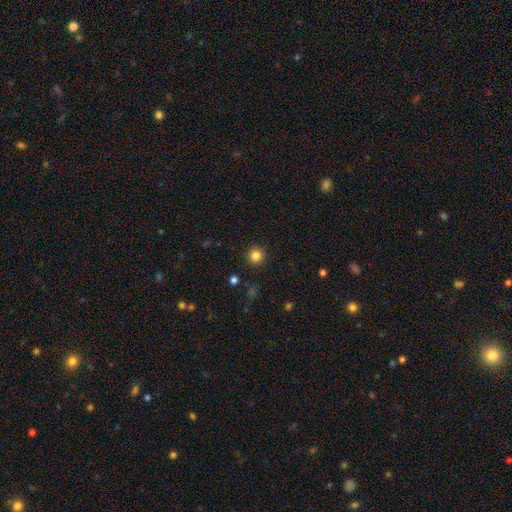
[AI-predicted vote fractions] smooth-or-featured: smooth: 84% | star or artifact: 12% | featured or disk: 4%
  how-rounded: round: 95% | in between: 4% | cigar-shaped: 1%
  merging: none: 92% | minor disturbance: 5% | major disturbance: 2% | merger: 1%